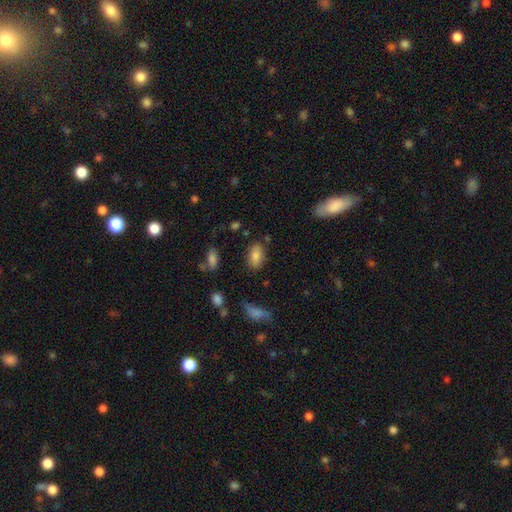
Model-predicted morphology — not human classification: Smooth or featured? smooth (82%)
How rounded? in between (90%)
Merging? none (78%)